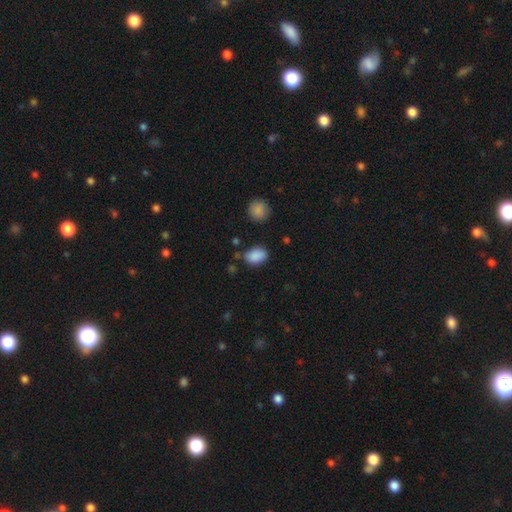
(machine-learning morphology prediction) smooth-or-featured: smooth: 88% | star or artifact: 9% | featured or disk: 4%
  how-rounded: in between: 81% | round: 18% | cigar-shaped: 1%
  merging: none: 73% | minor disturbance: 18% | merger: 5% | major disturbance: 5%